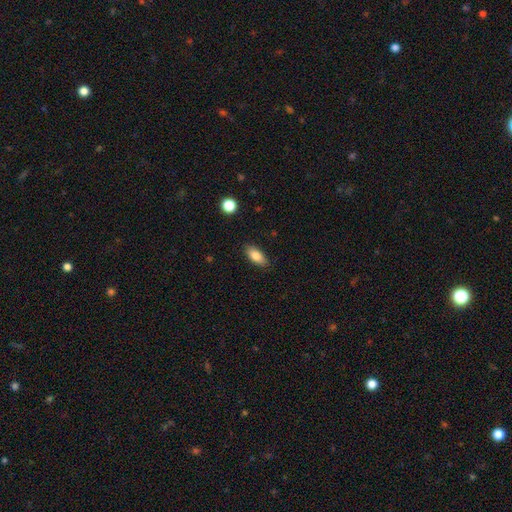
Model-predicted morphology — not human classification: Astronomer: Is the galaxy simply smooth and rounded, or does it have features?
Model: smooth — 84%.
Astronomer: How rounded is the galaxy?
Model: in between — 86%.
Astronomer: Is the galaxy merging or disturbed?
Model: none — 87%.